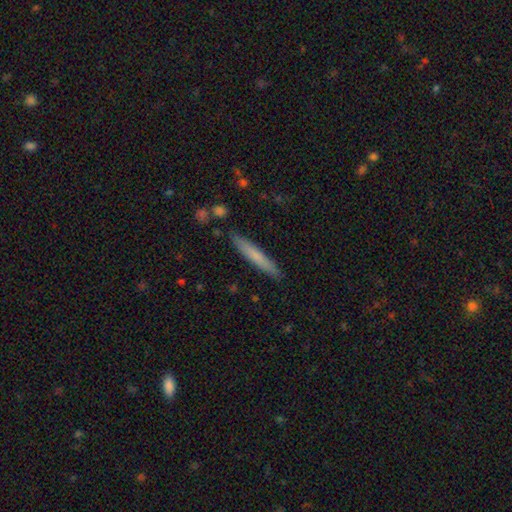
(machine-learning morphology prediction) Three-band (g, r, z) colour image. It shows a smooth galaxy with no disk features (69%) that is cigar-shaped (95%). Merging: none (88%).